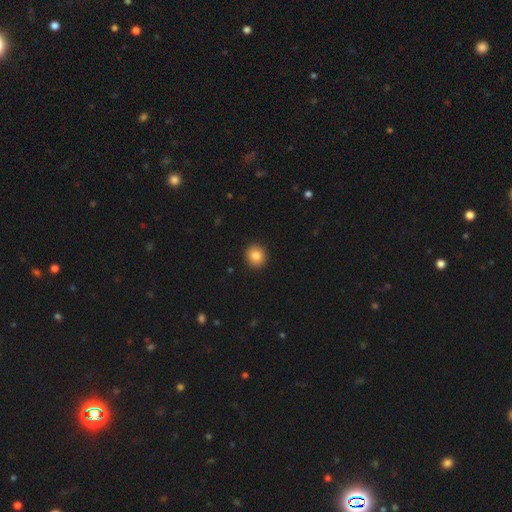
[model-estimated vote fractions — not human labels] The model was most divided on "how rounded": round: 86%, in between: 13%, cigar-shaped: 1%. More confident: merging — none (92%); smooth or featured — smooth (85%).